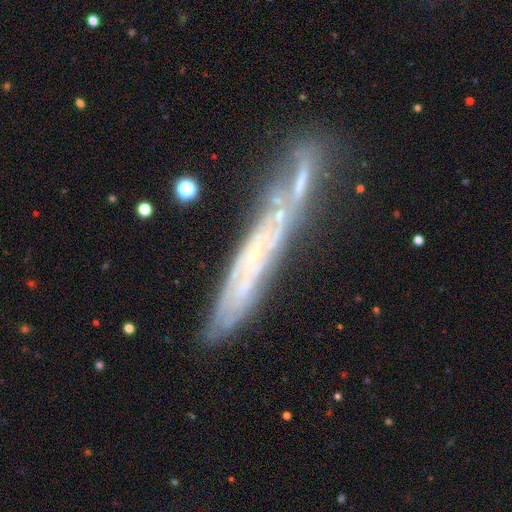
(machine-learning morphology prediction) This is likely a featured or disk galaxy (67%). It is likely viewed edge-on (68%). Merging: likely none (64%).